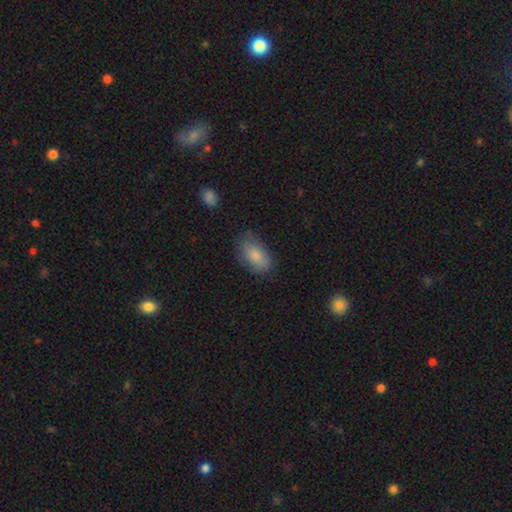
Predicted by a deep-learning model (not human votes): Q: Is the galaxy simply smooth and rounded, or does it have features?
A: smooth — 83%.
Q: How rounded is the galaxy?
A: in between — 92%.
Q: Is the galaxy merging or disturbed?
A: none — 71%.